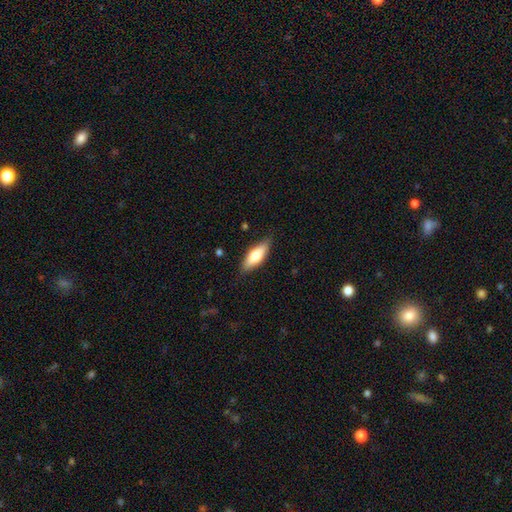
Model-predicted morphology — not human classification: Q: Smooth or featured?
A: smooth (67%); runner-up: featured or disk (27%)
Q: How rounded?
A: in between (64%); runner-up: cigar-shaped (33%)
Q: Merging?
A: none (83%); runner-up: minor disturbance (13%)